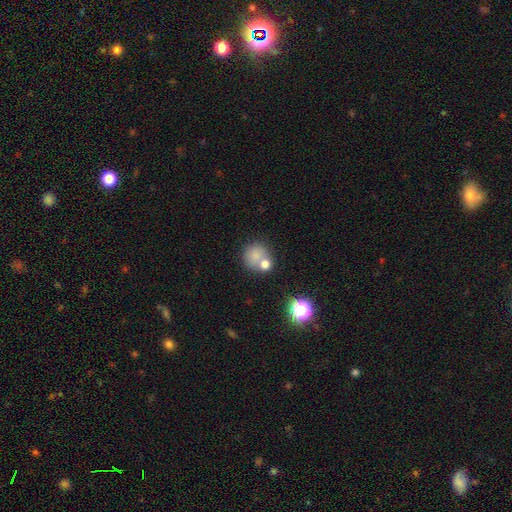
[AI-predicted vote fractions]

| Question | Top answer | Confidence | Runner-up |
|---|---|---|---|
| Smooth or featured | smooth | 74% | star or artifact (13%) |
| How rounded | round | 83% | in between (16%) |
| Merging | none | 51% | merger (31%) |